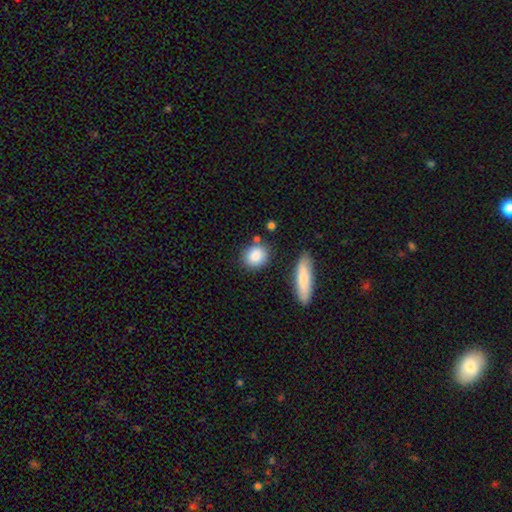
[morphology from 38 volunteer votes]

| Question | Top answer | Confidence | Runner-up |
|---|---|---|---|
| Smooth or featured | smooth | 89% | featured or disk (5%) |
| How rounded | round | 74% | in between (24%) |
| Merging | none | 86% | minor disturbance (6%) |